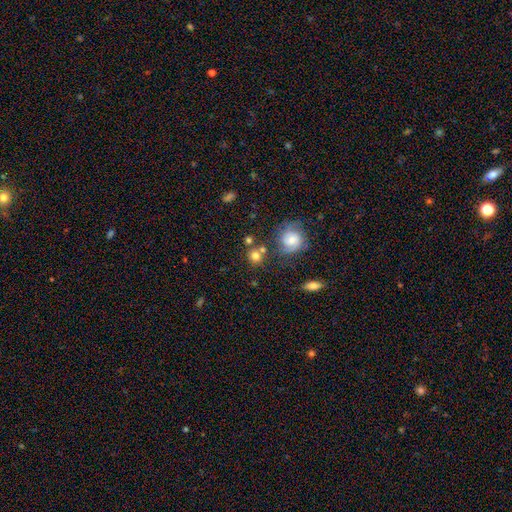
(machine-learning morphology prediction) Smooth or featured?
  - smooth: 76% *
  - featured or disk: 13%
  - star or artifact: 11%
How rounded?
  - round: 88% *
  - in between: 11%
  - cigar-shaped: 1%
Merging?
  - none: 67% *
  - merger: 16%
  - minor disturbance: 11%
  - major disturbance: 5%